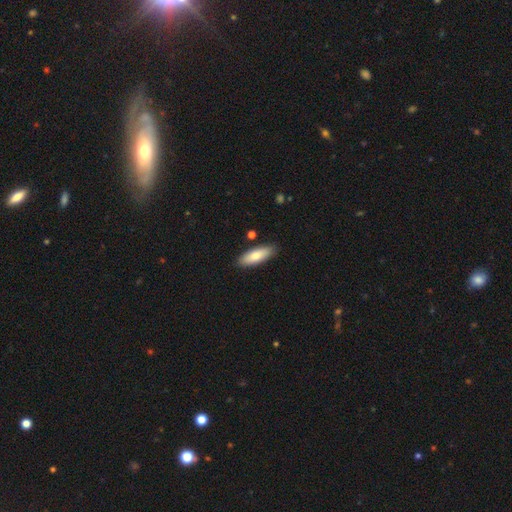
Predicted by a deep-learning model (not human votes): This appears to be a smooth galaxy with no disk features (79%) that is in between round and cigar-shaped (59%). Merging: none (86%).